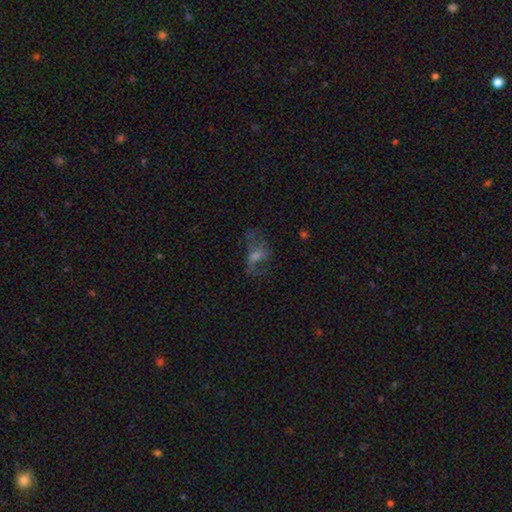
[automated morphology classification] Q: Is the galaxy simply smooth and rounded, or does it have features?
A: featured or disk — 49%.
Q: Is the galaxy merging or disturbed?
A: none — 48%.